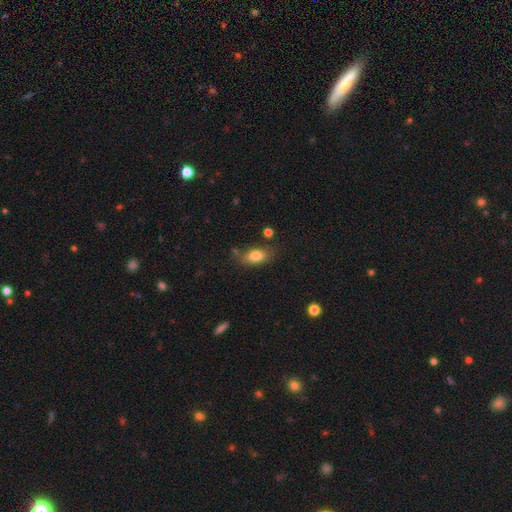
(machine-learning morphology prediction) A smooth galaxy with no disk features (80%) that is in between round and cigar-shaped (85%). Merging: none (73%).